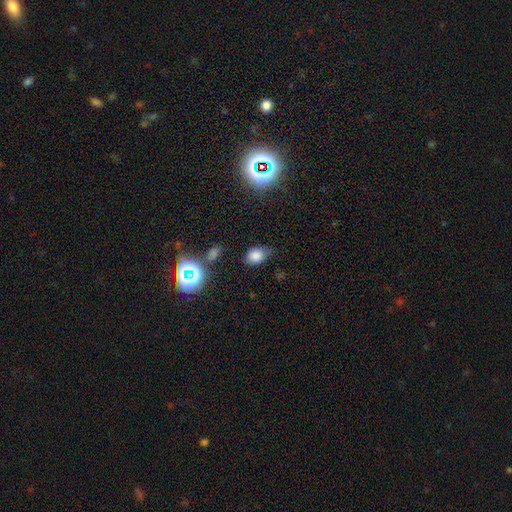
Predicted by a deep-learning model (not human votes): Q: Smooth or featured?
A: smooth (79%); runner-up: star or artifact (15%)
Q: How rounded?
A: in between (67%); runner-up: round (31%)
Q: Merging?
A: none (66%); runner-up: minor disturbance (24%)